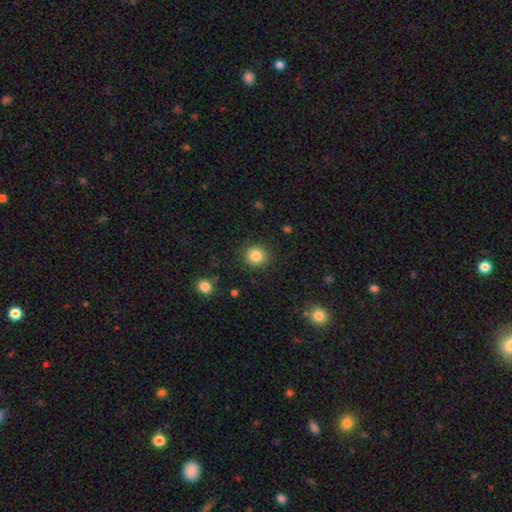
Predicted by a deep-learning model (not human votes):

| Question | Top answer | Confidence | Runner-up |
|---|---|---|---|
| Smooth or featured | smooth | 85% | star or artifact (10%) |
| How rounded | round | 89% | in between (10%) |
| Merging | none | 89% | minor disturbance (7%) |